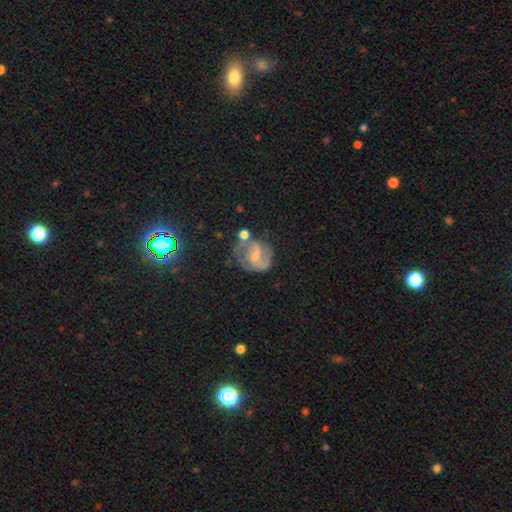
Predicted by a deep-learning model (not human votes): Smooth or featured? Predicted: featured or disk (p=0.70). Edge-on disk? Predicted: no (p=0.98). Bar? Predicted: weak (p=0.50). Spiral arms? Predicted: yes (p=0.84). Spiral winding? Predicted: medium (p=0.47). Spiral arm count? Predicted: 2 (p=0.63). Bulge size? Predicted: small (p=0.55). Merging? Predicted: none (p=0.47).